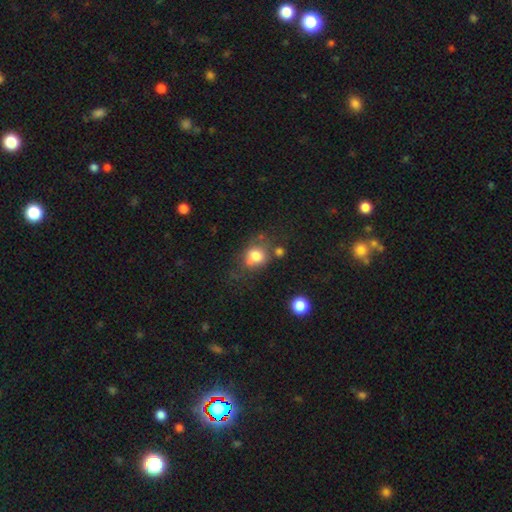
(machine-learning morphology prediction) Q: Smooth or featured?
A: smooth (74%); runner-up: featured or disk (14%)
Q: How rounded?
A: round (66%); runner-up: in between (33%)
Q: Merging?
A: none (48%); runner-up: merger (25%)